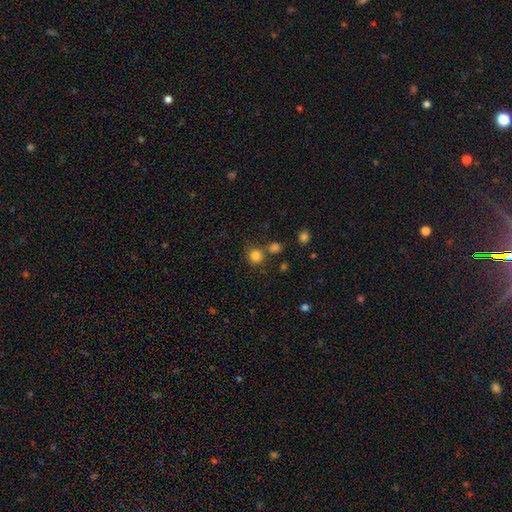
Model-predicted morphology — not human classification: This is clearly a smooth galaxy (81%). How rounded: clearly round (86%). Merging: likely none (67%).